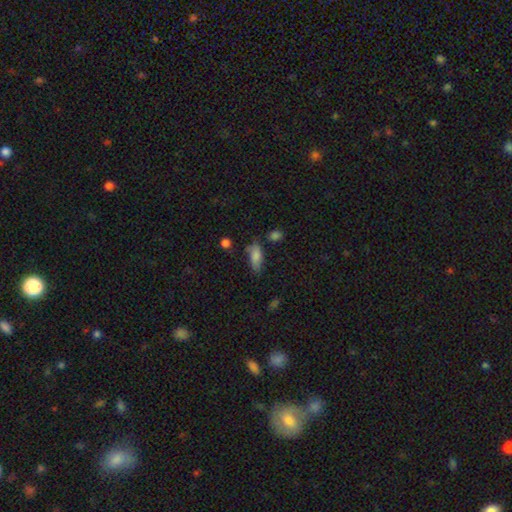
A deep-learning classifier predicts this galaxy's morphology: Smooth or featured: smooth — 80% (featured or disk — 12%)
How rounded: in between — 82% (cigar-shaped — 15%)
Merging: none — 56% (minor disturbance — 30%)